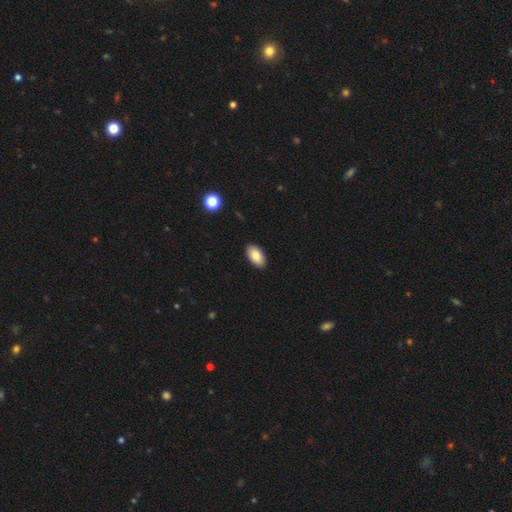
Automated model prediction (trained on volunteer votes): Smooth or featured?
  - smooth: 84% *
  - featured or disk: 9%
  - star or artifact: 7%
How rounded?
  - in between: 95% *
  - round: 3%
  - cigar-shaped: 2%
Merging?
  - none: 91% *
  - minor disturbance: 7%
  - major disturbance: 2%
  - merger: 1%